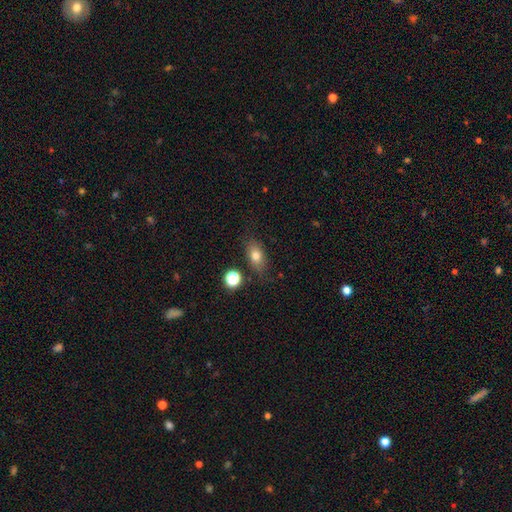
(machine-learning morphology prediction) smooth_or_featured: smooth (p=0.77) [alt: featured or disk p=0.12]
how_rounded: in between (p=0.80) [alt: round p=0.15]
merging: none (p=0.77) [alt: minor disturbance p=0.15]